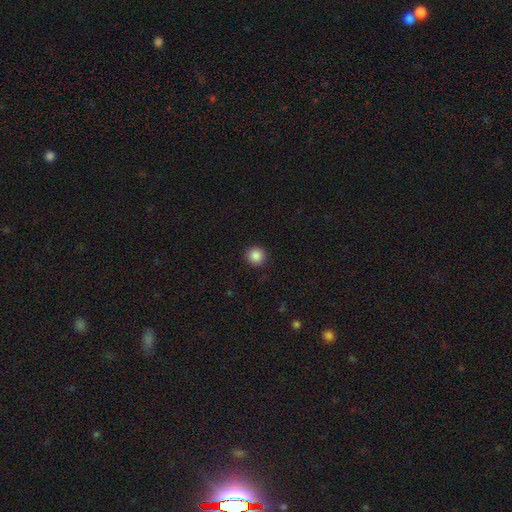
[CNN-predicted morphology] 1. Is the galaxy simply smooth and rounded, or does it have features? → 87% smooth, 10% star or artifact, 4% featured or disk.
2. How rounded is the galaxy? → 95% round, 4% in between, 1% cigar-shaped.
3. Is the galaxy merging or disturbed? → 92% none, 5% minor disturbance, 2% major disturbance, 1% merger.